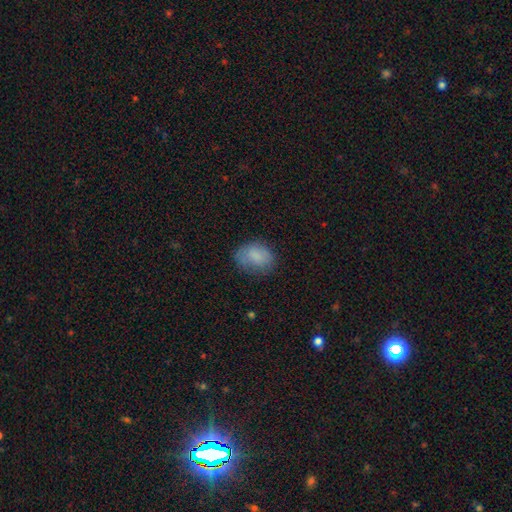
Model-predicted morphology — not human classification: Smooth or featured: smooth — 81% (featured or disk — 11%)
How rounded: in between — 68% (round — 31%)
Merging: none — 67% (minor disturbance — 24%)